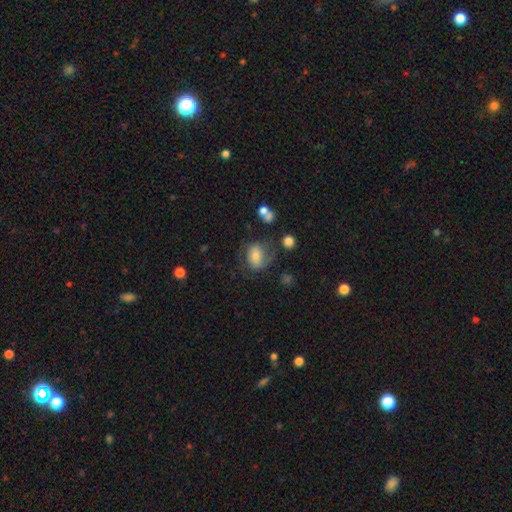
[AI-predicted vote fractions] Smooth or featured? Predicted: smooth (p=0.56). How rounded? Predicted: in between (p=0.55). Merging? Predicted: none (p=0.54).